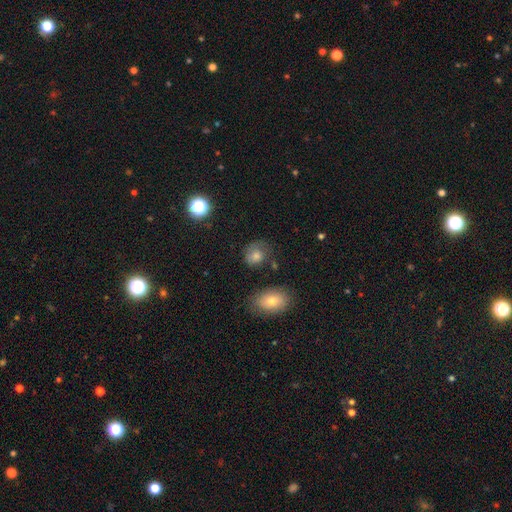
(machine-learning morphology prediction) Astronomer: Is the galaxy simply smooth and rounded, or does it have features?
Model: smooth — 72%.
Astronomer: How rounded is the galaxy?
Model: round — 57% (runner-up: in between, 42%).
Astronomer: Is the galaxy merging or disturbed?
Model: none — 54%.